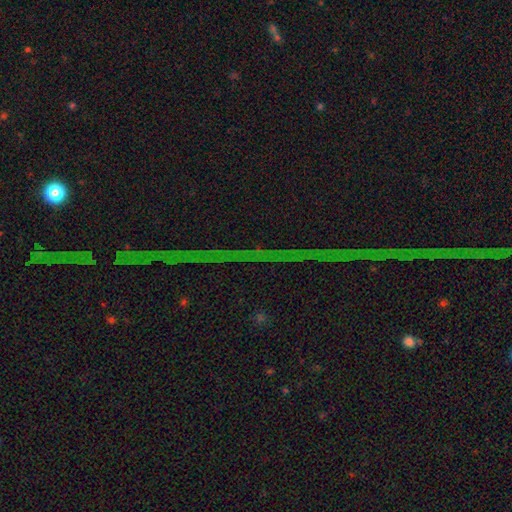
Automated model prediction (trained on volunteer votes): A star or artifact, not a galaxy (81%).

Vote fractions:
- Smooth or featured? star or artifact: 81% / featured or disk: 12% / smooth: 7%